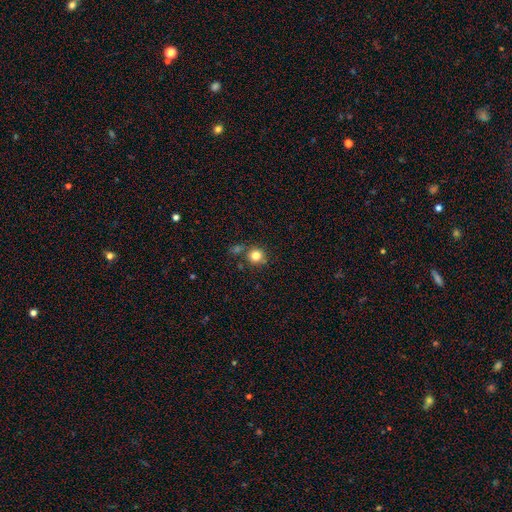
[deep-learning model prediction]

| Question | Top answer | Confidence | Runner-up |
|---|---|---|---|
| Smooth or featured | smooth | 81% | star or artifact (12%) |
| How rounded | round | 91% | in between (8%) |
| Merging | none | 73% | merger (13%) |